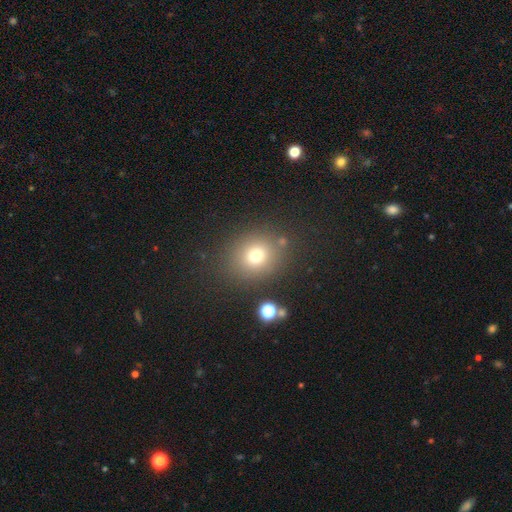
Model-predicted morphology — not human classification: This appears to be a smooth galaxy with no disk features (72%) that is round (75%). Merging: none (81%).